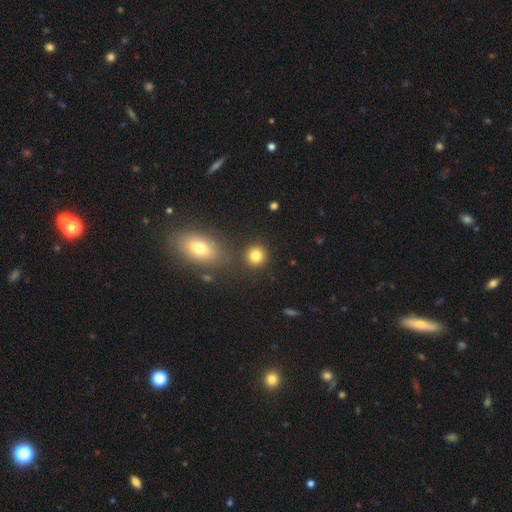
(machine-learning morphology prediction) This is clearly a smooth galaxy (82%). How rounded: clearly round (89%). Merging: clearly none (83%).